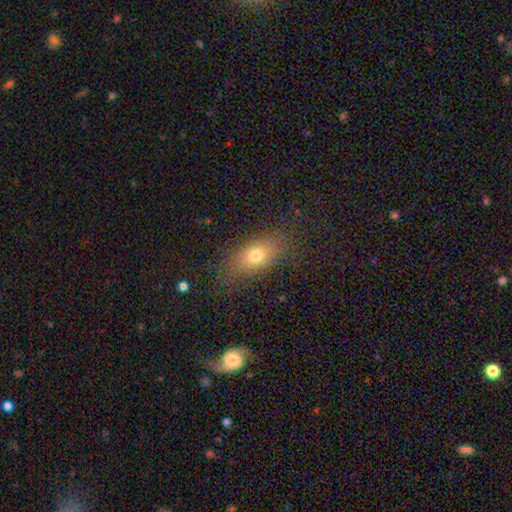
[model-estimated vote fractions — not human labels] The model was most divided on "smooth or featured": smooth: 70%, featured or disk: 18%, star or artifact: 12%. More confident: how rounded — in between (81%); merging — none (79%).